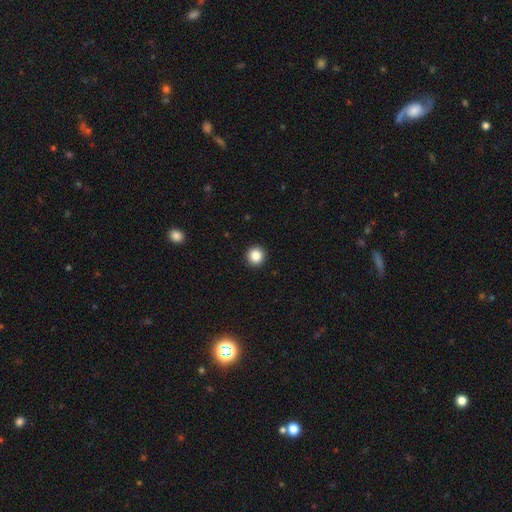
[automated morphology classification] Smooth or featured? smooth (86%)
How rounded? round (95%)
Merging? none (93%)